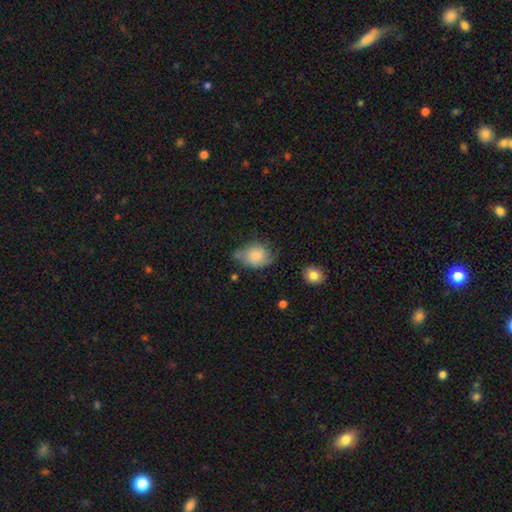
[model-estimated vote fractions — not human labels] Q: Smooth or featured?
A: smooth (65%); runner-up: featured or disk (27%)
Q: How rounded?
A: in between (68%); runner-up: round (31%)
Q: Merging?
A: none (44%); runner-up: minor disturbance (36%)